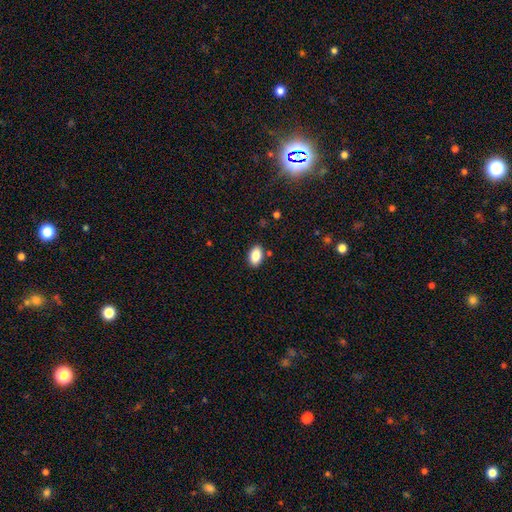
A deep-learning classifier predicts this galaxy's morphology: A smooth galaxy with no disk features (86%) that is in between round and cigar-shaped (91%).

Vote fractions:
- Smooth or featured? smooth: 86% / star or artifact: 8% / featured or disk: 6%
- How rounded? in between: 91% / round: 7% / cigar-shaped: 2%
- Merging? none: 87% / minor disturbance: 9% / merger: 2% / major disturbance: 2%